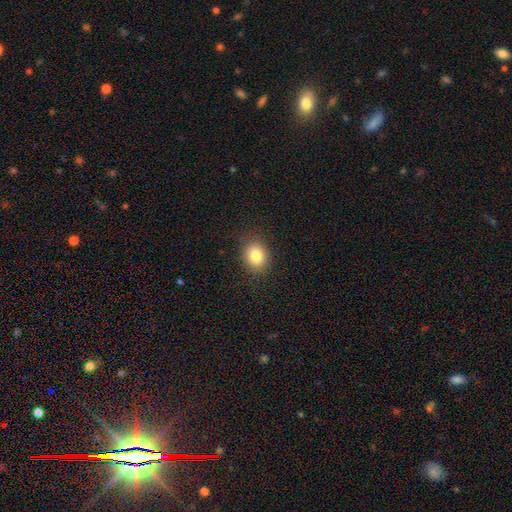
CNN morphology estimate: smooth_or_featured: smooth (p=0.82) [alt: star or artifact p=0.11]
how_rounded: round (p=0.59) [alt: in between p=0.41]
merging: none (p=0.88) [alt: minor disturbance p=0.09]